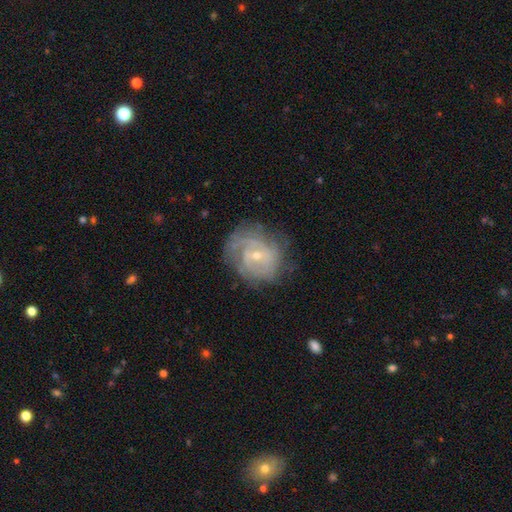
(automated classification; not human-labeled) This is likely a featured or disk galaxy (79%). It is clearly not viewed edge-on (97%). Bar: possibly no (51%). Spiral arm pattern: clearly yes (91%). Spiral arm count: marginally can't tell (39%). Spiral winding: likely tight (60%). Central bulge: likely small (68%). Merging: likely none (69%).